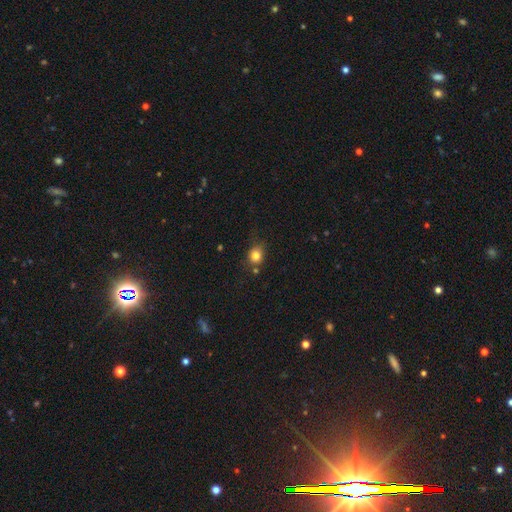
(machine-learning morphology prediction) Smooth or featured: smooth — 81% (star or artifact — 12%)
How rounded: round — 69% (in between — 30%)
Merging: none — 72% (minor disturbance — 17%)